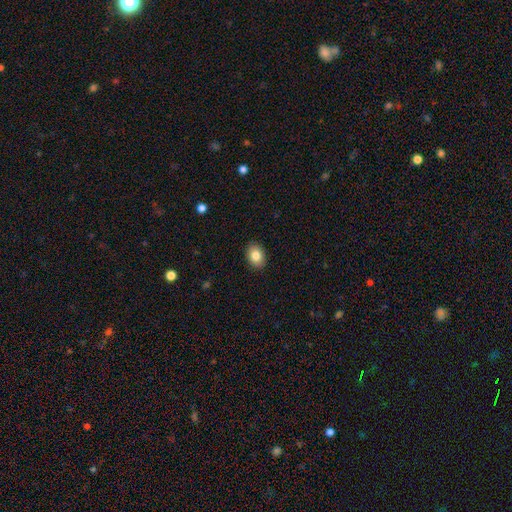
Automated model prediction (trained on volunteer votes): Morphology: type=smooth (84%); roundness=in between (75%); merging=none (90%).